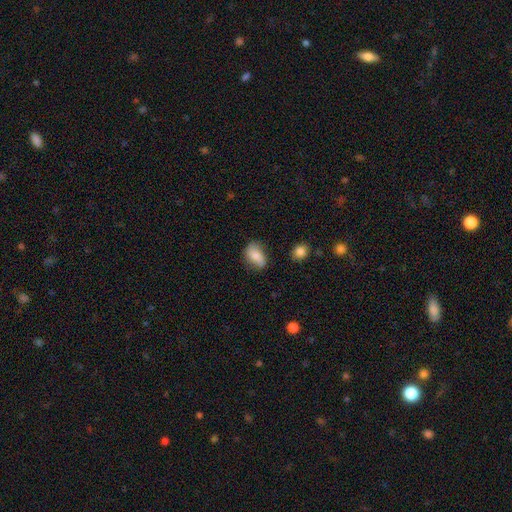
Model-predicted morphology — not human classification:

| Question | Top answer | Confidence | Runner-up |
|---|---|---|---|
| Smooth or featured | smooth | 67% | featured or disk (25%) |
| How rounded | in between | 83% | round (14%) |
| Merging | none | 64% | minor disturbance (26%) |